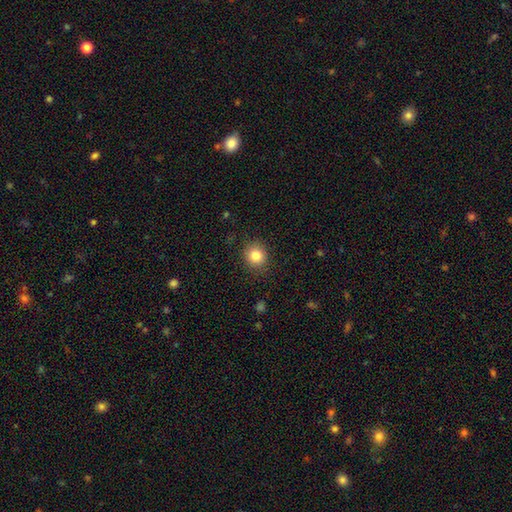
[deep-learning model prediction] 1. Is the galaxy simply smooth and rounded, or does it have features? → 83% smooth, 11% star or artifact, 7% featured or disk.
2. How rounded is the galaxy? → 83% round, 16% in between, 1% cigar-shaped.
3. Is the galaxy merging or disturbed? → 88% none, 8% minor disturbance, 3% major disturbance, 1% merger.